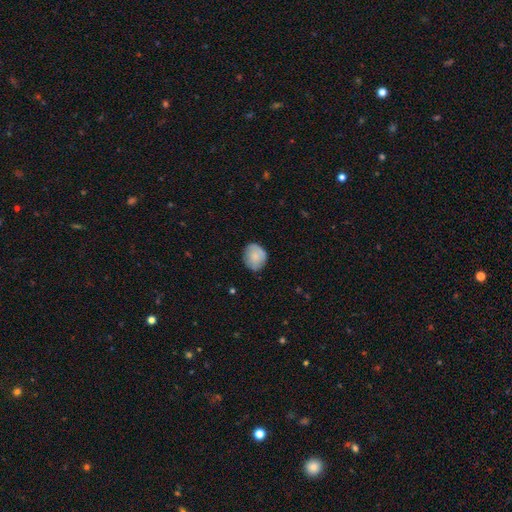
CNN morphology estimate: smooth_or_featured: smooth (p=0.78) [alt: featured or disk p=0.15]
how_rounded: round (p=0.55) [alt: in between p=0.44]
merging: none (p=0.74) [alt: minor disturbance p=0.21]